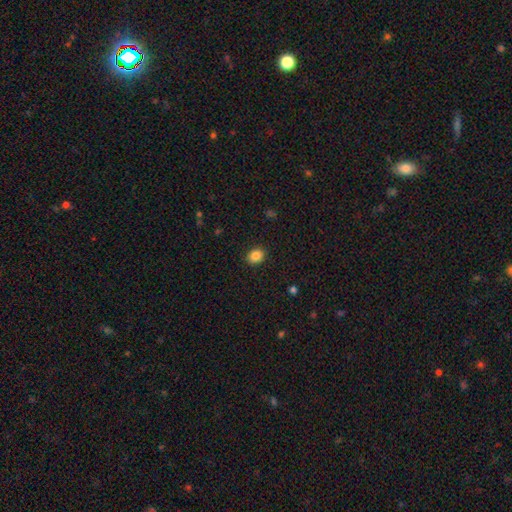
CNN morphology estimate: This is clearly a smooth galaxy (87%). How rounded: possibly in between (53%). Merging: clearly none (90%).